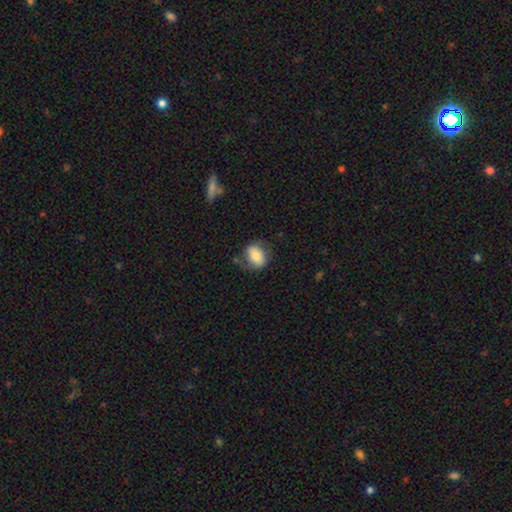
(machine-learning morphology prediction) A smooth galaxy with no disk features (71%) that is in between round and cigar-shaped (67%).

Vote fractions:
- Smooth or featured? smooth: 71% / featured or disk: 21% / star or artifact: 7%
- How rounded? in between: 67% / round: 31% / cigar-shaped: 2%
- Merging? none: 69% / minor disturbance: 20% / major disturbance: 8% / merger: 3%